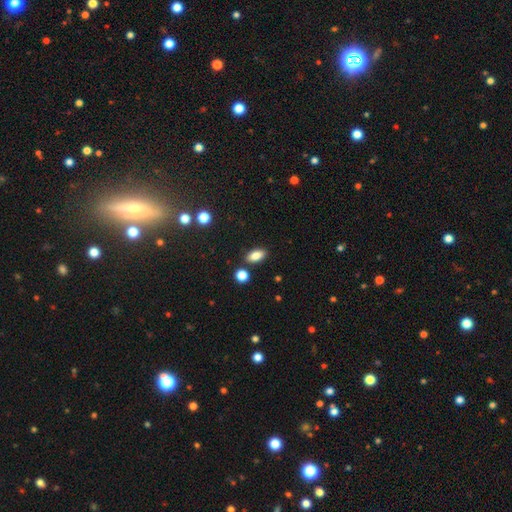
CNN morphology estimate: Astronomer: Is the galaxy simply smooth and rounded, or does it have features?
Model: smooth — 85%.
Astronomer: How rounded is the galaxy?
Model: in between — 89%.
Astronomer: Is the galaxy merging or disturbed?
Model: none — 84%.